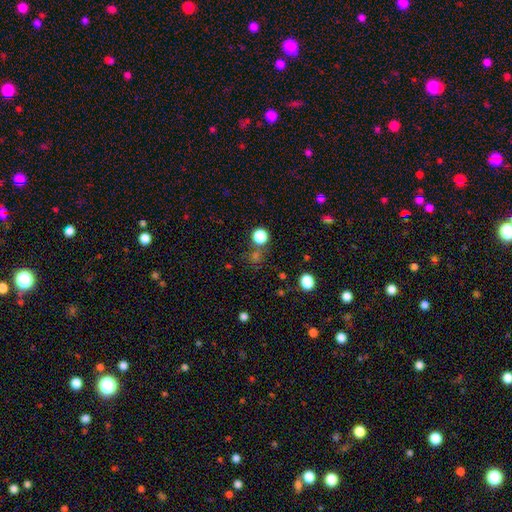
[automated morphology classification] smooth 54%, star or artifact 40%, featured or disk 7%. Down the decision tree: how rounded — round (88%); merging — none (75%).